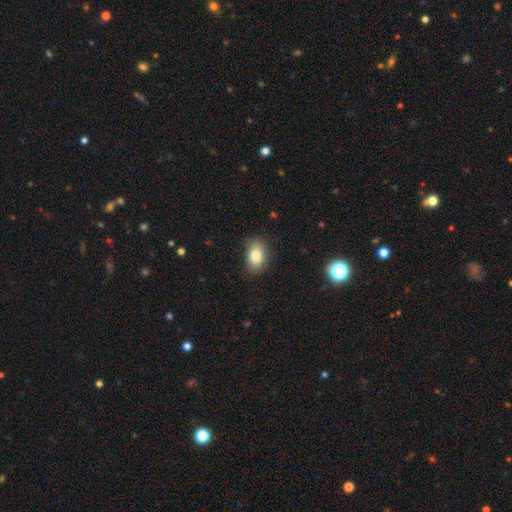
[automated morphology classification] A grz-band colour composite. It shows a smooth galaxy with no disk features (83%) that is in between round and cigar-shaped (86%). Merging: none (82%).